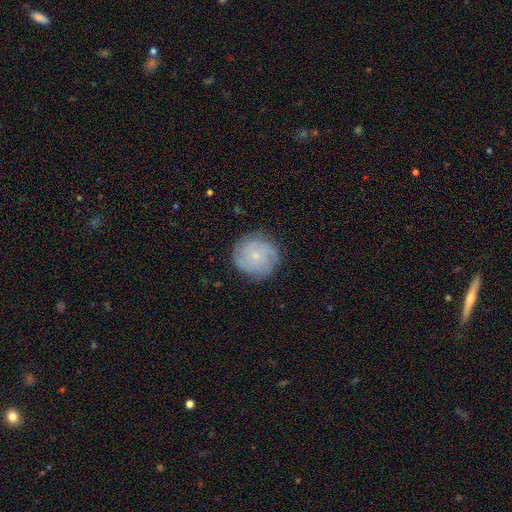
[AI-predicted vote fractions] Smooth or featured: featured or disk — 52% (smooth — 40%)
Edge-on disk: no — 98% (yes — 2%)
Bar: no — 85% (weak — 13%)
Spiral arms: yes — 84% (no — 16%)
Bulge size: small — 77% (moderate — 17%)
Merging: none — 81% (minor disturbance — 14%)